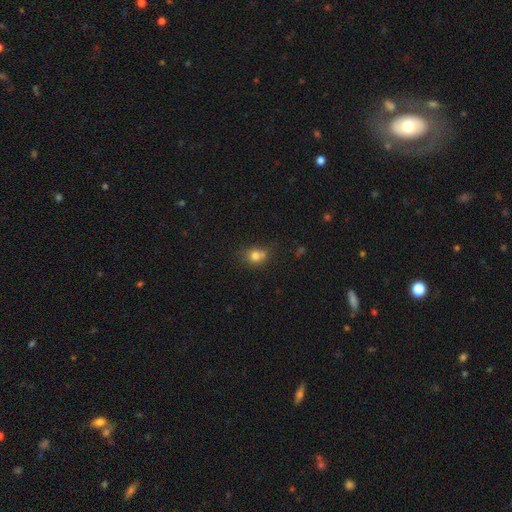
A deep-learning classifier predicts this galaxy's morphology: Smooth or featured?
  - smooth: 76% *
  - star or artifact: 12%
  - featured or disk: 11%
How rounded?
  - round: 66% *
  - in between: 33%
  - cigar-shaped: 1%
Merging?
  - none: 48% *
  - merger: 30%
  - minor disturbance: 17%
  - major disturbance: 6%